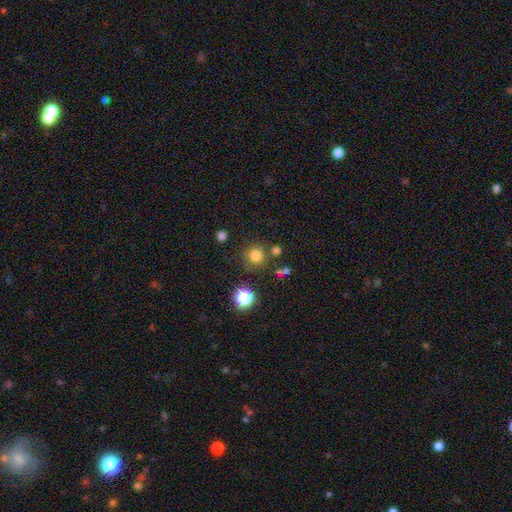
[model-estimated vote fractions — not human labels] Smooth or featured? Predicted: smooth (p=0.77). How rounded? Predicted: round (p=0.94). Merging? Predicted: none (p=0.79).